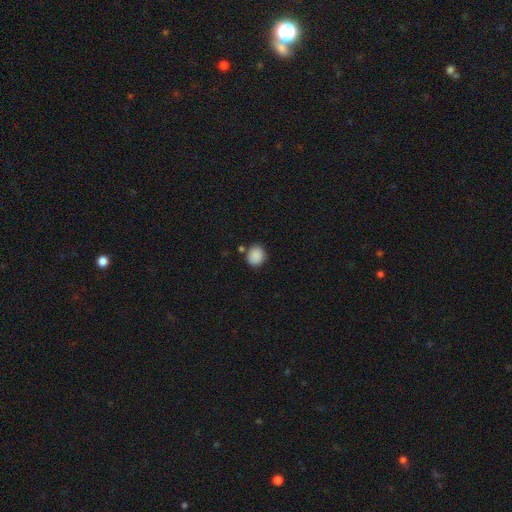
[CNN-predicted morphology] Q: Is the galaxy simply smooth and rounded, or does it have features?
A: smooth — 88%.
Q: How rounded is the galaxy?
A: round — 77%.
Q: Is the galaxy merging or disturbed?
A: none — 79%.